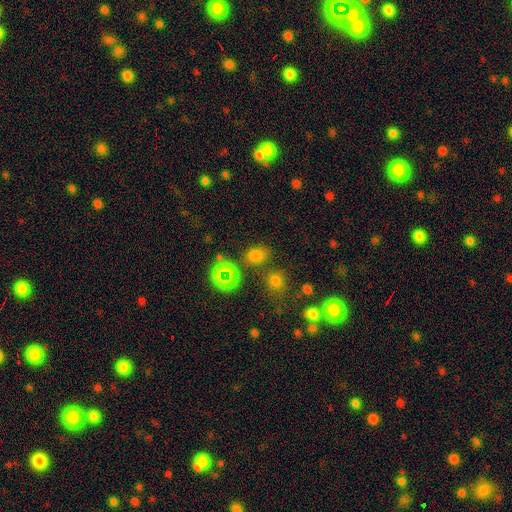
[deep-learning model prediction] smooth_or_featured: smooth (p=0.69) [alt: star or artifact p=0.25]
how_rounded: in between (p=0.52) [alt: round p=0.46]
merging: none (p=0.73) [alt: minor disturbance p=0.12]